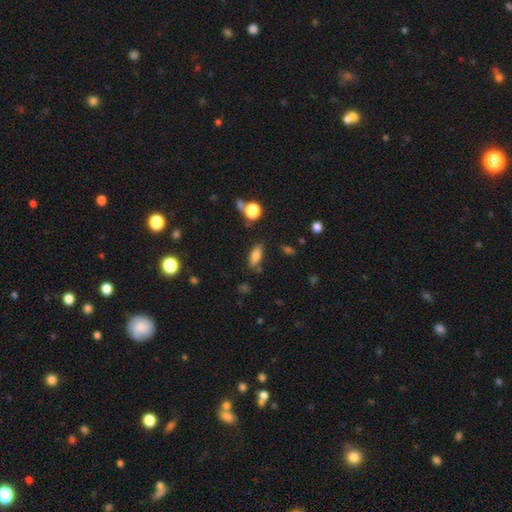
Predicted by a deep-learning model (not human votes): Smooth or featured: smooth — 80% (star or artifact — 11%)
How rounded: in between — 78% (cigar-shaped — 17%)
Merging: none — 71% (minor disturbance — 18%)